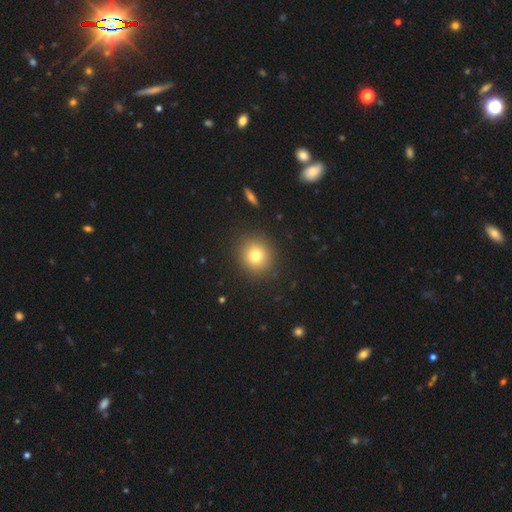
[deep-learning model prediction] A smooth galaxy with no disk features (77%) that is round (91%).

Vote fractions:
- Smooth or featured? smooth: 77% / star or artifact: 13% / featured or disk: 10%
- How rounded? round: 91% / in between: 8% / cigar-shaped: 1%
- Merging? none: 91% / minor disturbance: 6% / major disturbance: 2% / merger: 1%